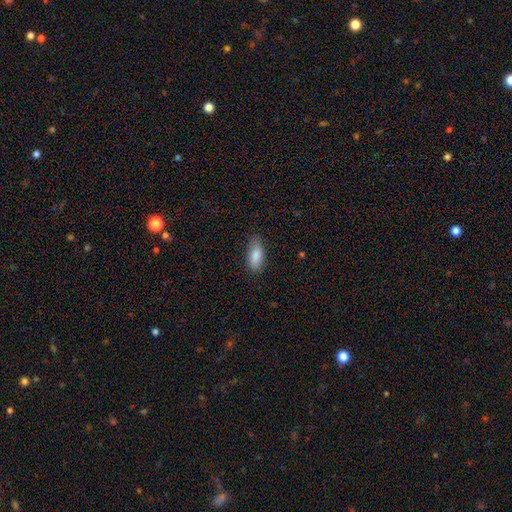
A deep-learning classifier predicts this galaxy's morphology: A smooth galaxy with no disk features (87%) that is in between round and cigar-shaped (82%). Merging: none (80%).